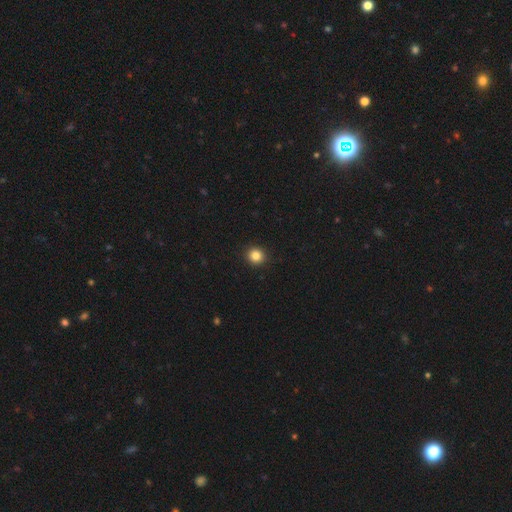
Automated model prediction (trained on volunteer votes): This appears to be a smooth galaxy with no disk features (85%) that is round (92%). Merging: none (93%).